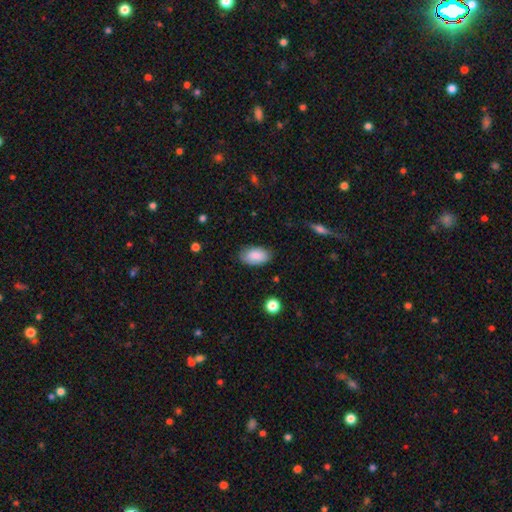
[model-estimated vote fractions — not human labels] The model was most divided on "merging": none: 80%, minor disturbance: 15%, major disturbance: 3%, merger: 1%. More confident: how rounded — in between (94%); smooth or featured — smooth (86%).